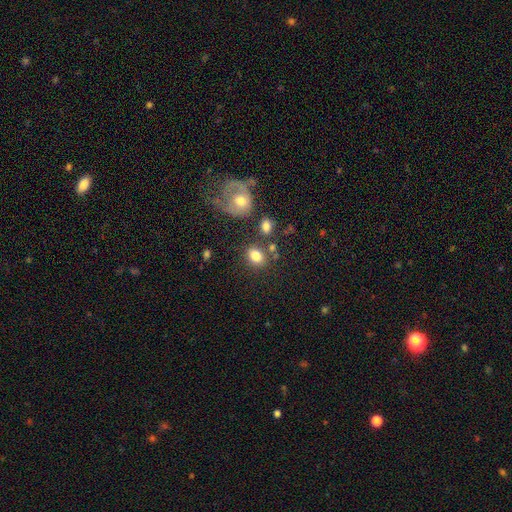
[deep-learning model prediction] smooth 81%, star or artifact 10%, featured or disk 9%. Down the decision tree: how rounded — in between (58%); merging — none (69%).